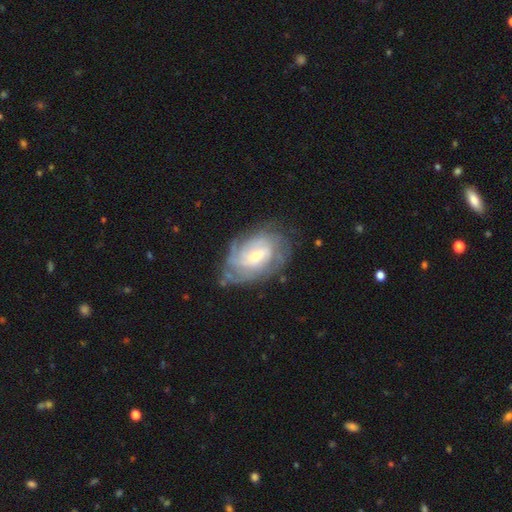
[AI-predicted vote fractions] Morphology: type=featured or disk (81%); edge-on=no (96%); bar=weak (44%, tied with no); spiral arms=yes (92%); winding=tight (62%); arm count=can't tell (44%); bulge=small (57%); merging=none (68%).